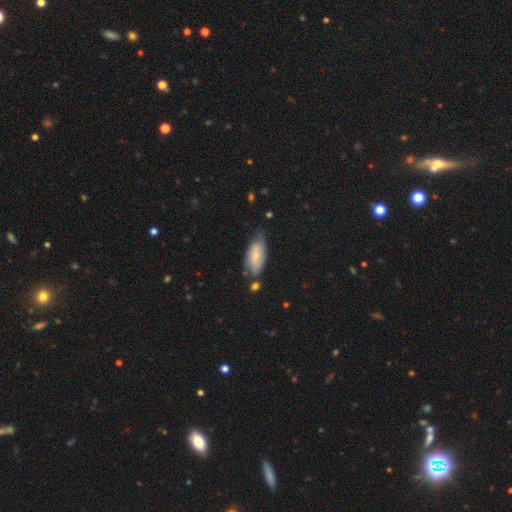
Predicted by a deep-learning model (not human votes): A smooth galaxy with no disk features (66%) that is in between round and cigar-shaped (85%).

Vote fractions:
- Smooth or featured? smooth: 66% / featured or disk: 28% / star or artifact: 6%
- How rounded? in between: 85% / cigar-shaped: 13% / round: 2%
- Merging? none: 50% / minor disturbance: 36% / major disturbance: 9% / merger: 5%